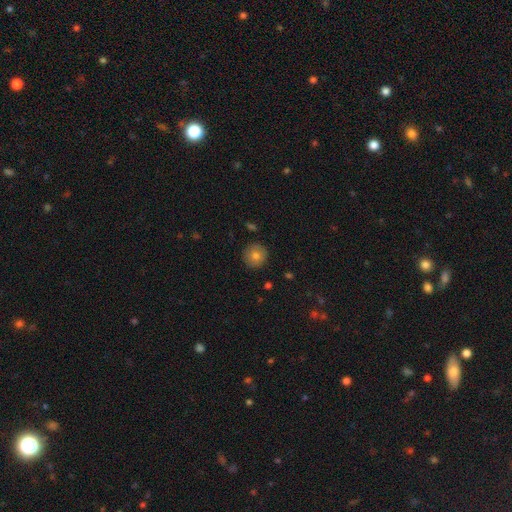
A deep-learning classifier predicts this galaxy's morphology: Q: Smooth or featured?
A: smooth (78%); runner-up: featured or disk (13%)
Q: How rounded?
A: round (95%); runner-up: in between (4%)
Q: Merging?
A: none (89%); runner-up: minor disturbance (8%)